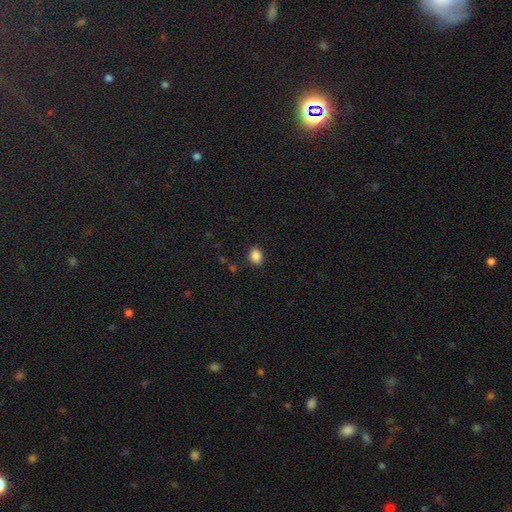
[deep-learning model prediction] smooth-or-featured: smooth: 87% | star or artifact: 10% | featured or disk: 3%
  how-rounded: in between: 71% | round: 27% | cigar-shaped: 1%
  merging: none: 86% | minor disturbance: 10% | major disturbance: 2% | merger: 1%